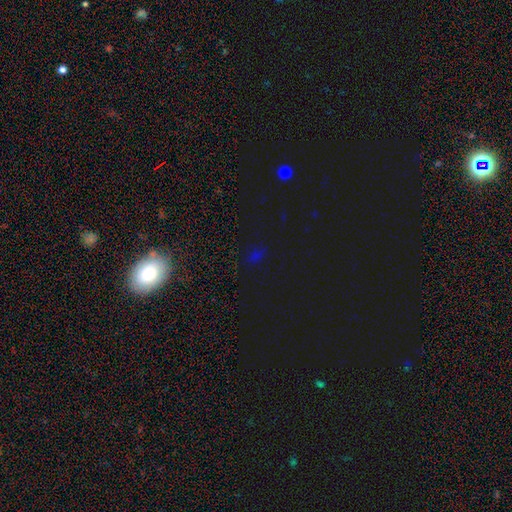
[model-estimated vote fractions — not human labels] A star or artifact, not a galaxy (70%).

Vote fractions:
- Smooth or featured? star or artifact: 70% / smooth: 22% / featured or disk: 7%